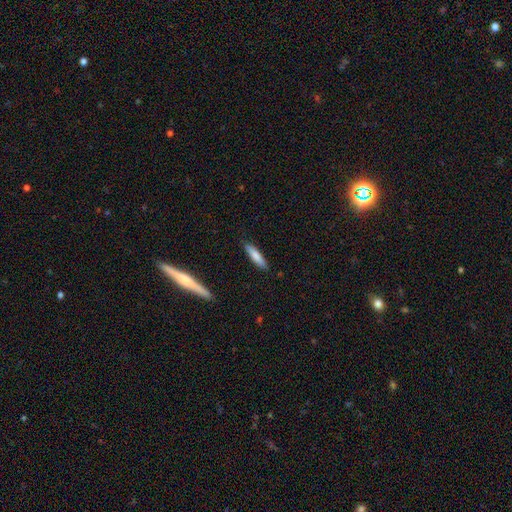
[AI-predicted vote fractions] Morphology: type=smooth (79%); roundness=cigar-shaped (78%); merging=none (87%).